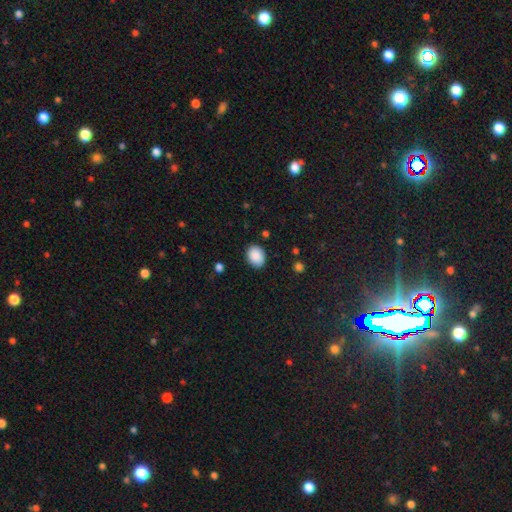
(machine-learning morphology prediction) type=smooth (89%); roundness=in between (67%); merging=none (86%).